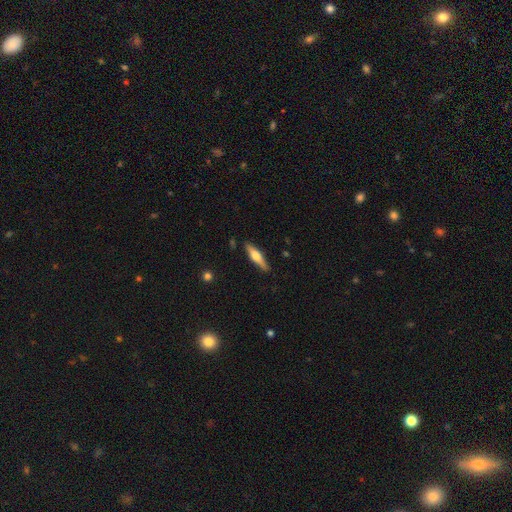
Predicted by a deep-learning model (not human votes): Smooth or featured? Predicted: featured or disk (p=0.56). Edge-on disk? Predicted: yes (p=0.95). Edge-on bulge? Predicted: rounded (p=0.90). Merging? Predicted: none (p=0.87).